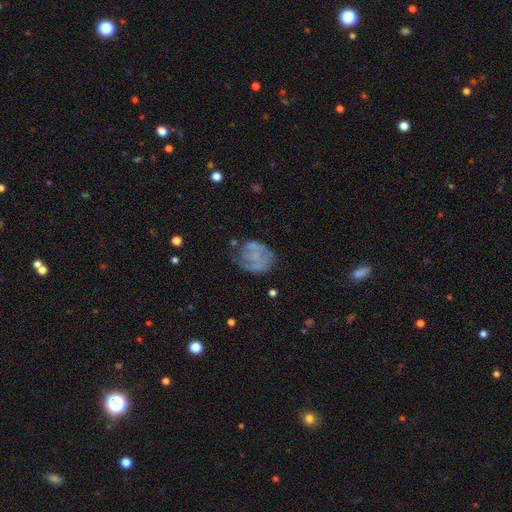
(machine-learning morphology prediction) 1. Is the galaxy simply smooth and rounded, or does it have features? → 58% featured or disk, 31% smooth, 11% star or artifact.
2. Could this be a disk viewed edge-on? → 98% no, 2% yes.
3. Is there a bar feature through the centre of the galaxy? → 77% no, 18% weak, 5% strong.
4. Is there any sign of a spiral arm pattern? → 64% yes, 36% no.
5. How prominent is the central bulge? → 74% none, 15% small, 8% moderate, 3% large, 1% dominant.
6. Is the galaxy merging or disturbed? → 50% none, 25% minor disturbance, 23% major disturbance, 3% merger.